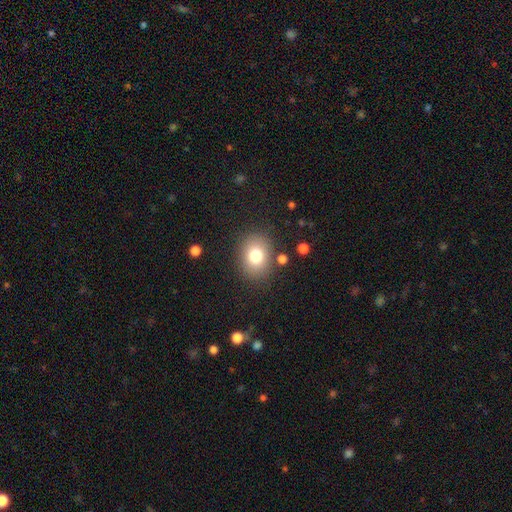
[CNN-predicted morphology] Smooth or featured: smooth — 78% (star or artifact — 11%)
How rounded: in between — 50% (round — 49%)
Merging: none — 83% (minor disturbance — 10%)